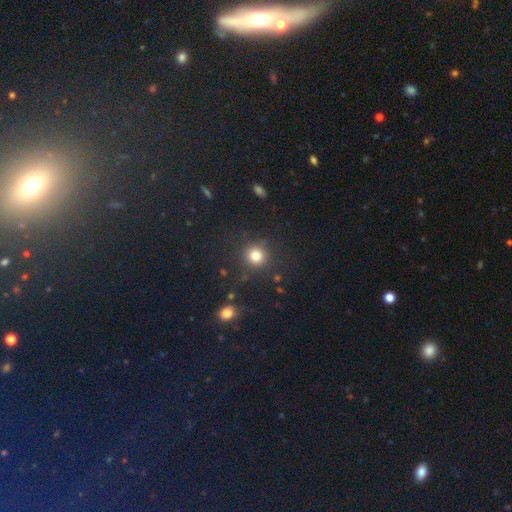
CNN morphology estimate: type=smooth (81%); roundness=round (92%); merging=none (85%).